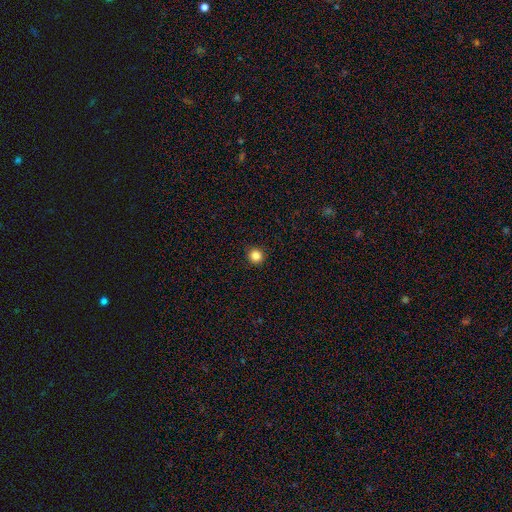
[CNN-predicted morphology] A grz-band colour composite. It shows a smooth galaxy with no disk features (85%) that is round (94%). Merging: none (93%).